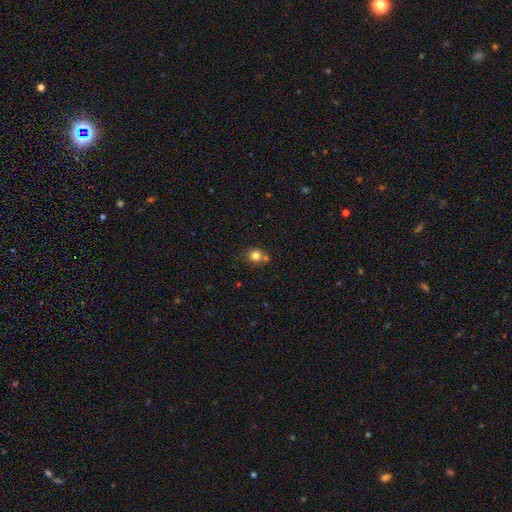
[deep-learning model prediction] This is clearly a smooth galaxy (81%). How rounded: clearly round (87%). Merging: likely none (63%).